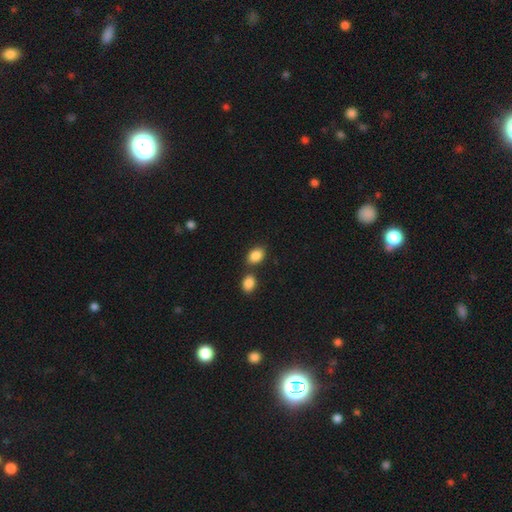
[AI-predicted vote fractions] The model was most divided on "merging": none: 65%, merger: 21%, minor disturbance: 11%, major disturbance: 3%. More confident: smooth or featured — smooth (87%); how rounded — in between (76%).